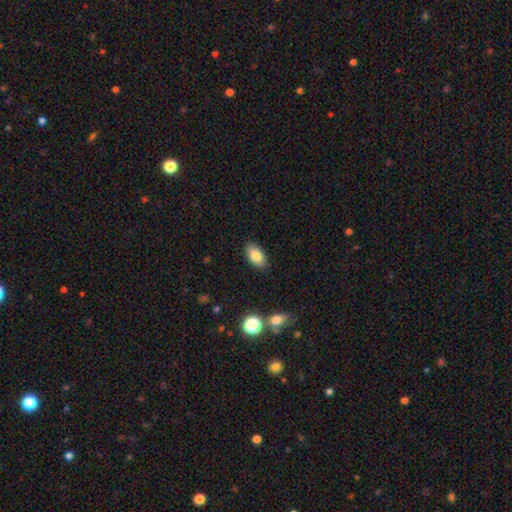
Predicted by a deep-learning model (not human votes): This appears to be a smooth galaxy with no disk features (81%) that is in between round and cigar-shaped (92%). Merging: none (88%).